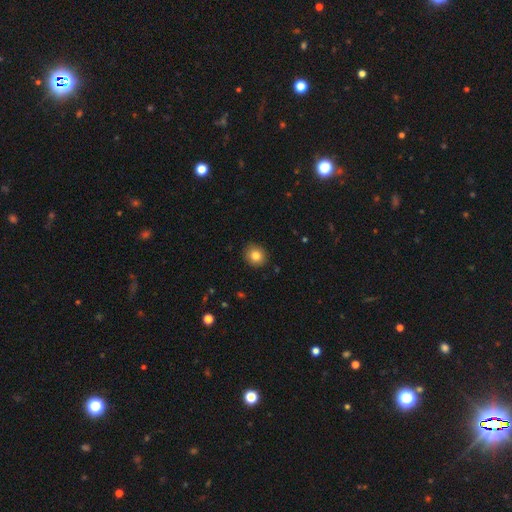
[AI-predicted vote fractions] Smooth or featured? Predicted: smooth (p=0.82). How rounded? Predicted: round (p=0.77). Merging? Predicted: none (p=0.90).